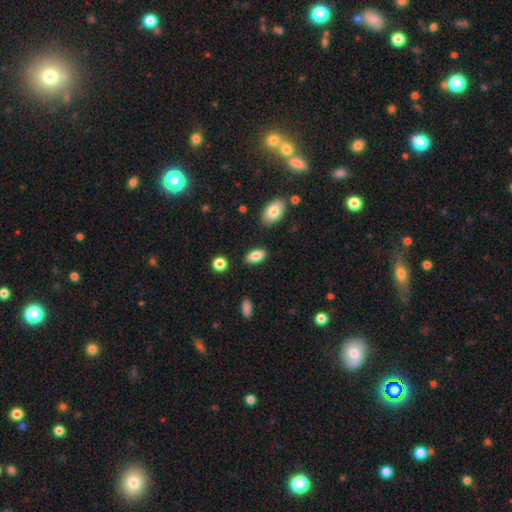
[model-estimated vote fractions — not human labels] A smooth galaxy with no disk features (83%) that is in between round and cigar-shaped (91%). Merging: none (86%).